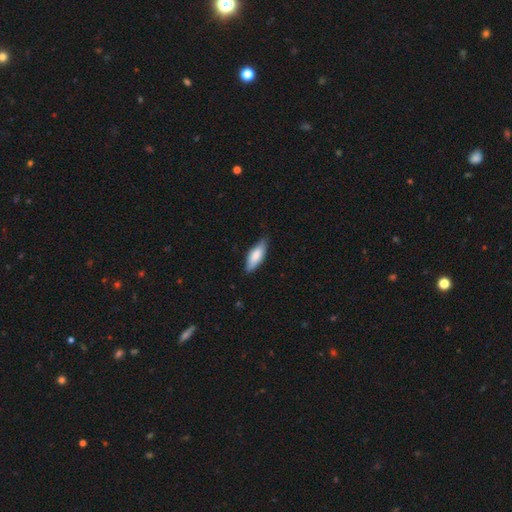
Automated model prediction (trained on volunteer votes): Smooth or featured? Predicted: smooth (p=0.77). How rounded? Predicted: in between (p=0.66). Merging? Predicted: none (p=0.79).